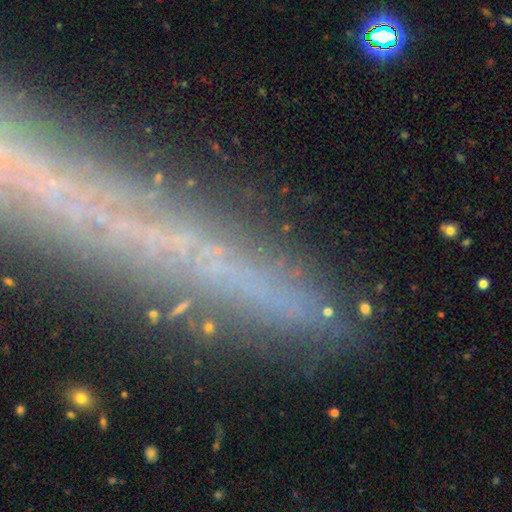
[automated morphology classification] smooth-or-featured: featured or disk: 47% | star or artifact: 28% | smooth: 25%
  merging: none: 78% | minor disturbance: 13% | major disturbance: 5% | merger: 4%